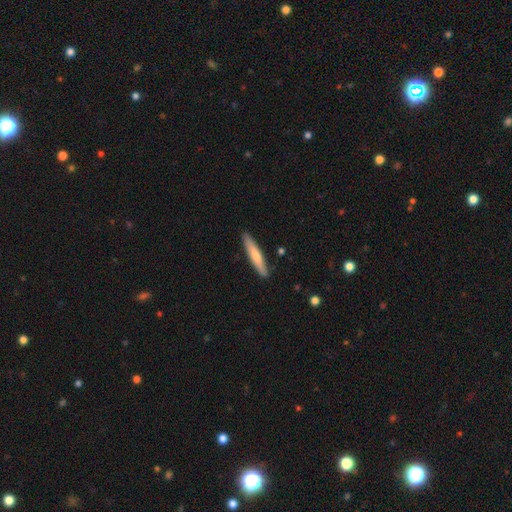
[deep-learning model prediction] Smooth or featured? Predicted: smooth (p=0.66). How rounded? Predicted: cigar-shaped (p=0.91). Merging? Predicted: none (p=0.88).